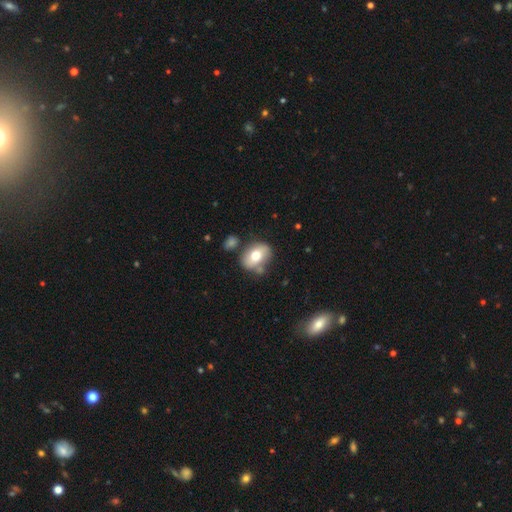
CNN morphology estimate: smooth-or-featured: smooth: 66% | featured or disk: 27% | star or artifact: 8%
  how-rounded: in between: 74% | round: 25% | cigar-shaped: 1%
  merging: none: 67% | minor disturbance: 18% | merger: 10% | major disturbance: 5%